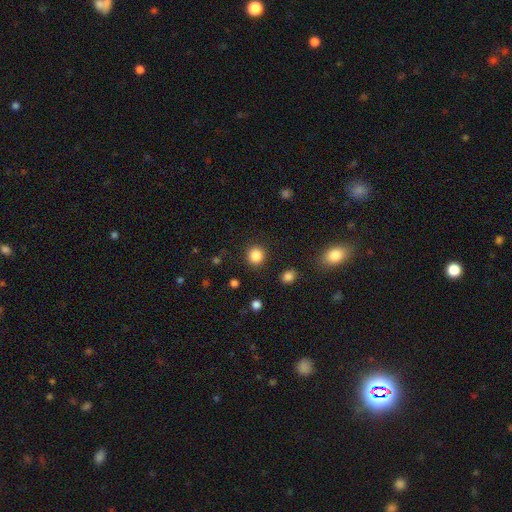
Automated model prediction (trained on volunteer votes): smooth 85%, star or artifact 11%, featured or disk 4%. Down the decision tree: how rounded — round (90%); merging — none (89%).